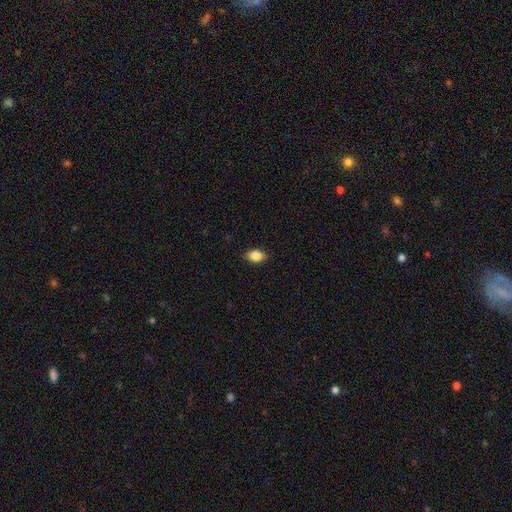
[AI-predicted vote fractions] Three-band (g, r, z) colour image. It shows a smooth galaxy with no disk features (86%) that is in between round and cigar-shaped (84%). Merging: none (88%).